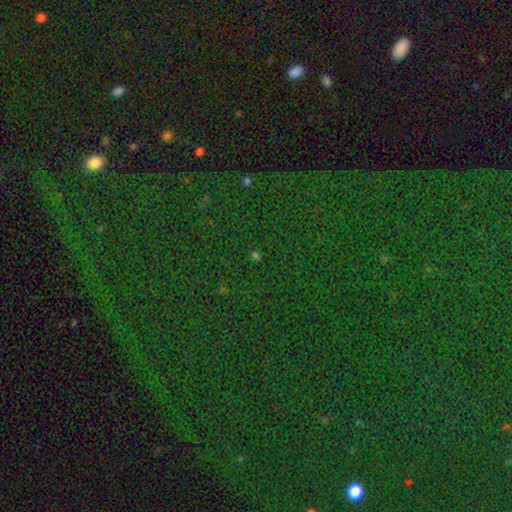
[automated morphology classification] A star or artifact, not a galaxy (69%).

Vote fractions:
- Smooth or featured? star or artifact: 69% / smooth: 23% / featured or disk: 8%